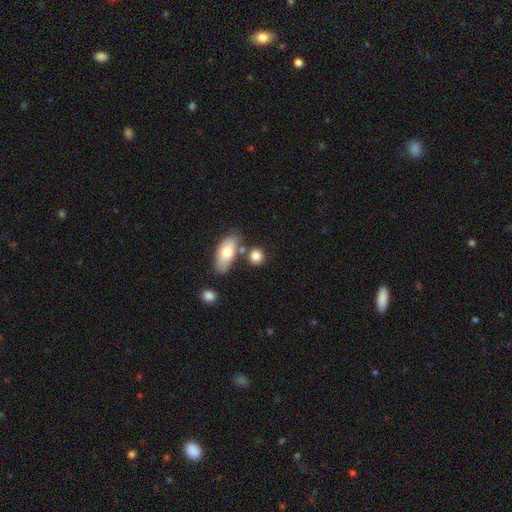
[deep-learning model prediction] The model was most divided on "how rounded": round: 62%, in between: 34%, cigar-shaped: 4%. More confident: smooth or featured — smooth (82%); merging — none (65%).